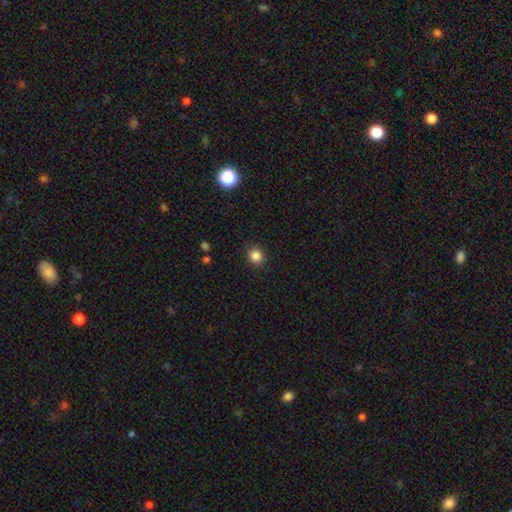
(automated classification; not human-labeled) Smooth or featured?
  - smooth: 84% *
  - star or artifact: 12%
  - featured or disk: 4%
How rounded?
  - round: 85% *
  - in between: 14%
  - cigar-shaped: 1%
Merging?
  - none: 90% *
  - minor disturbance: 7%
  - major disturbance: 2%
  - merger: 1%